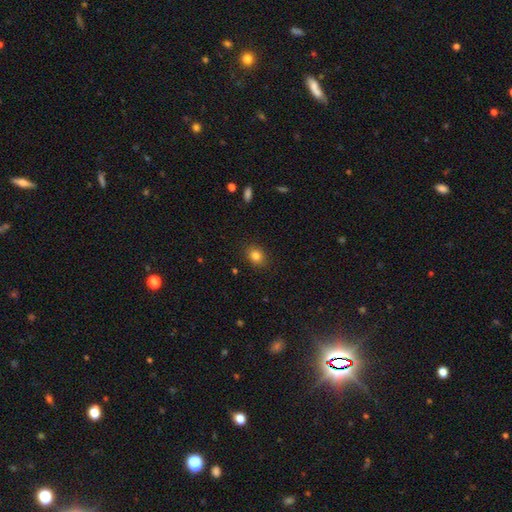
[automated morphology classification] A smooth galaxy with no disk features (84%) that is in between round and cigar-shaped (53%).

Vote fractions:
- Smooth or featured? smooth: 84% / star or artifact: 10% / featured or disk: 6%
- How rounded? in between: 53% / round: 46% / cigar-shaped: 1%
- Merging? none: 88% / minor disturbance: 9% / major disturbance: 2% / merger: 1%